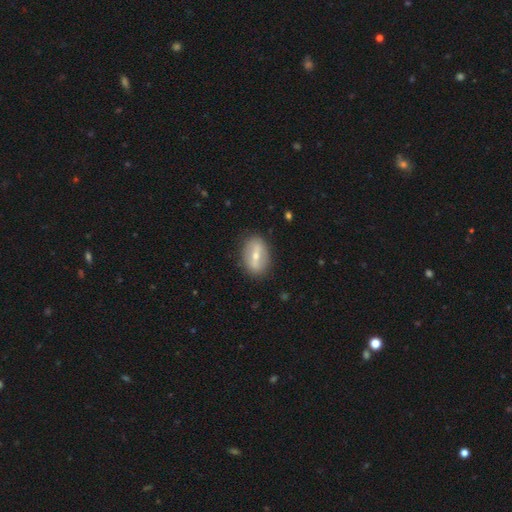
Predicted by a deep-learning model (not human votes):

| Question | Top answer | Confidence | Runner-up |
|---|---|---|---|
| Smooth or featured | featured or disk | 55% | smooth (38%) |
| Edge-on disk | no | 84% | yes (16%) |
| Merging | none | 85% | minor disturbance (11%) |